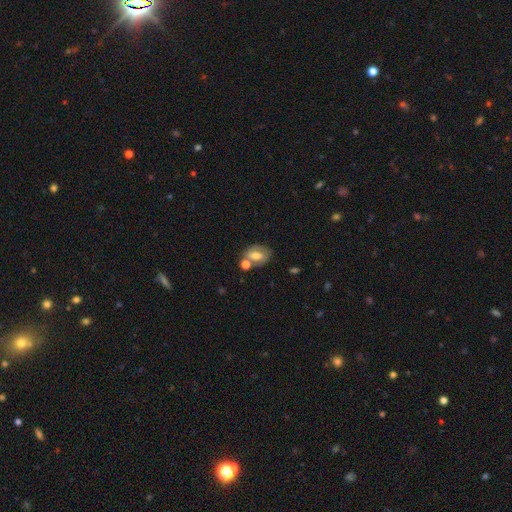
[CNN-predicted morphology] Smooth or featured? Predicted: smooth (p=0.57). How rounded? Predicted: in between (p=0.71). Merging? Predicted: none (p=0.51).